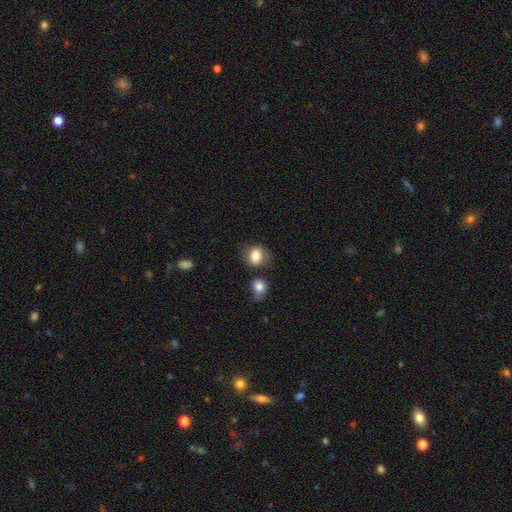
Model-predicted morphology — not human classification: smooth 80%, featured or disk 11%, star or artifact 8%. Down the decision tree: how rounded — in between (51%); merging — none (66%).